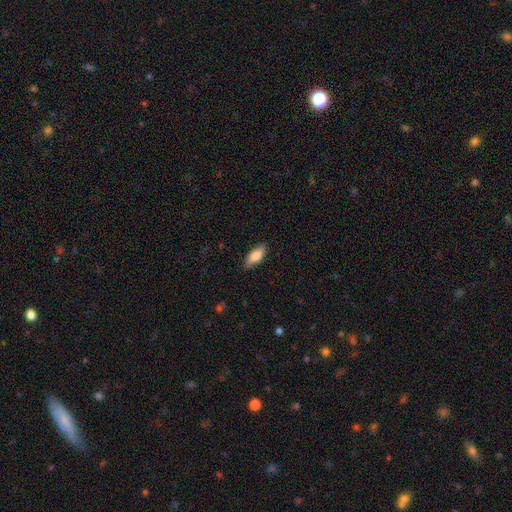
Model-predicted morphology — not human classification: Smooth or featured?
  - smooth: 81% *
  - featured or disk: 13%
  - star or artifact: 6%
How rounded?
  - in between: 79% *
  - cigar-shaped: 19%
  - round: 2%
Merging?
  - none: 86% *
  - minor disturbance: 11%
  - major disturbance: 2%
  - merger: 1%